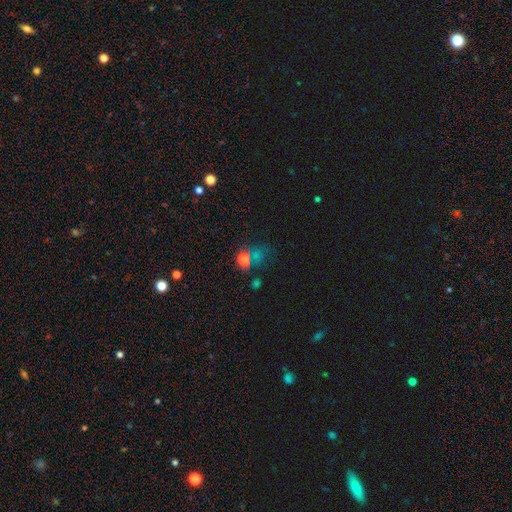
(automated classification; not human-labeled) star or artifact 45%, smooth 43%, featured or disk 12%.